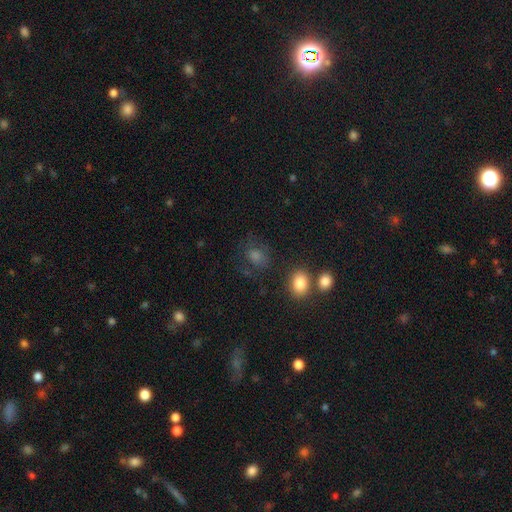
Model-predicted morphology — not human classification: type=smooth (65%); roundness=round (59%); merging=none (70%).